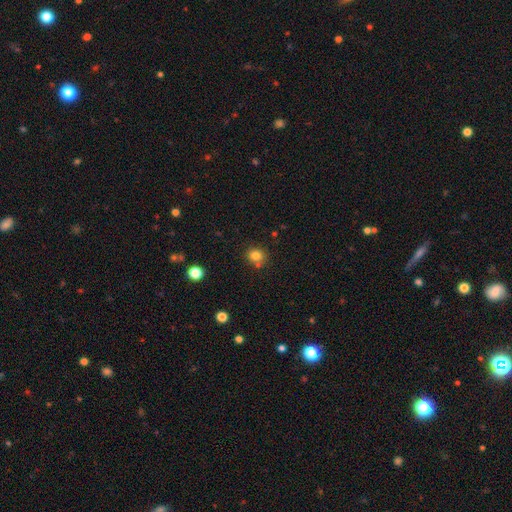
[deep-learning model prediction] Smooth or featured: smooth — 79% (star or artifact — 14%)
How rounded: round — 79% (in between — 20%)
Merging: none — 72% (merger — 13%)